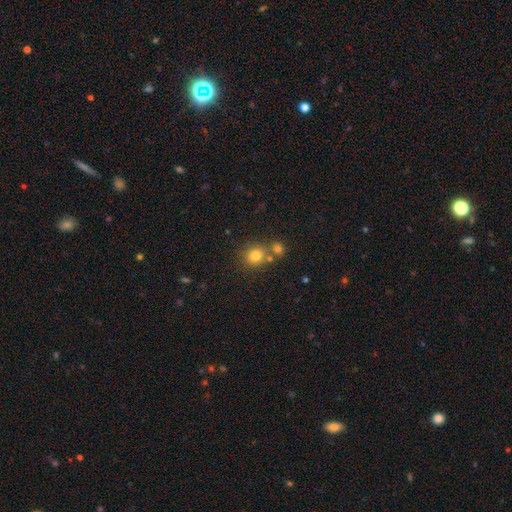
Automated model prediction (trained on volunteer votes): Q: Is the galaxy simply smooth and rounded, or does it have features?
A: smooth — 79%.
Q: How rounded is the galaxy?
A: round — 83%.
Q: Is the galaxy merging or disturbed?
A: none — 63%.